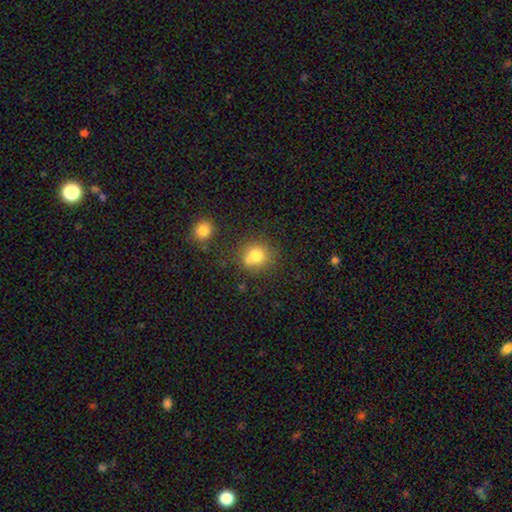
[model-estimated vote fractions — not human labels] Overall: smooth (78%). How rounded: round (85%). Merging: none (64%).